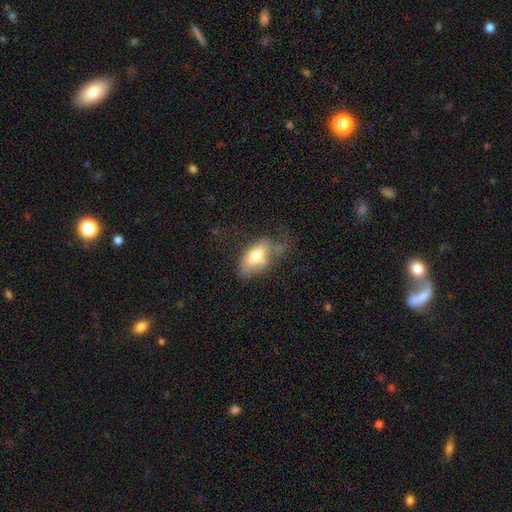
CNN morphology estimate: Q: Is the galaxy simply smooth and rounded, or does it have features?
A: smooth — 62%.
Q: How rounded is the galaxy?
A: in between — 87%.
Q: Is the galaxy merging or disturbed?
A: none — 33%.